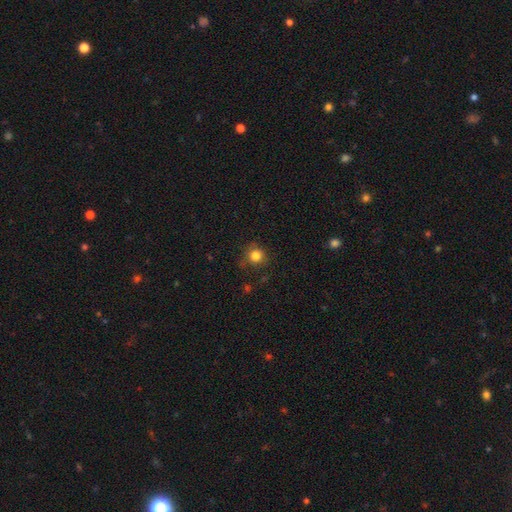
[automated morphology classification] smooth-or-featured: smooth: 82% | star or artifact: 12% | featured or disk: 5%
  how-rounded: round: 92% | in between: 7% | cigar-shaped: 1%
  merging: none: 79% | minor disturbance: 15% | major disturbance: 4% | merger: 2%